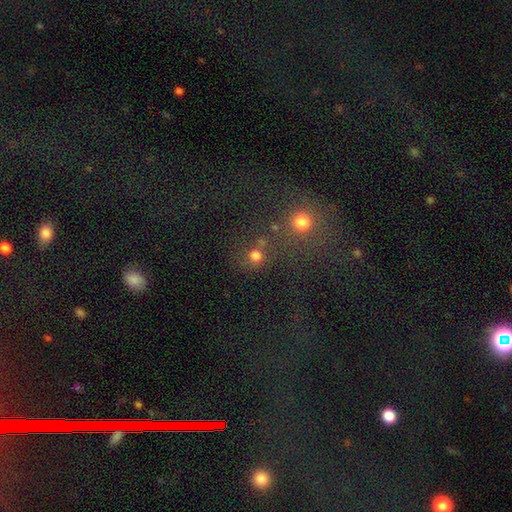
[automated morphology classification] smooth_or_featured: smooth (p=0.72) [alt: star or artifact p=0.20]
how_rounded: round (p=0.89) [alt: in between p=0.10]
merging: none (p=0.62) [alt: merger p=0.22]